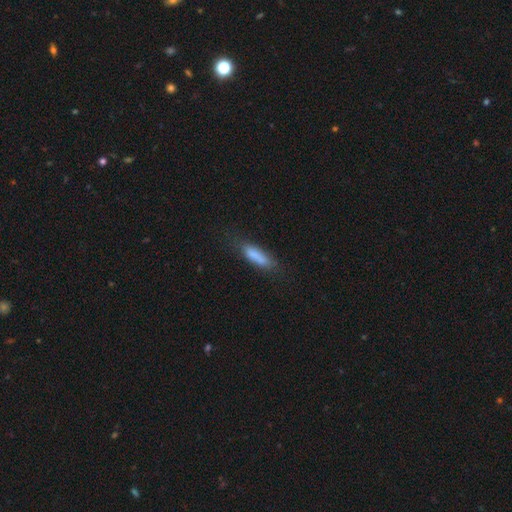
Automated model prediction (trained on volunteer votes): This appears to be a smooth galaxy with no disk features (79%) that is cigar-shaped (61%). Merging: none (64%).